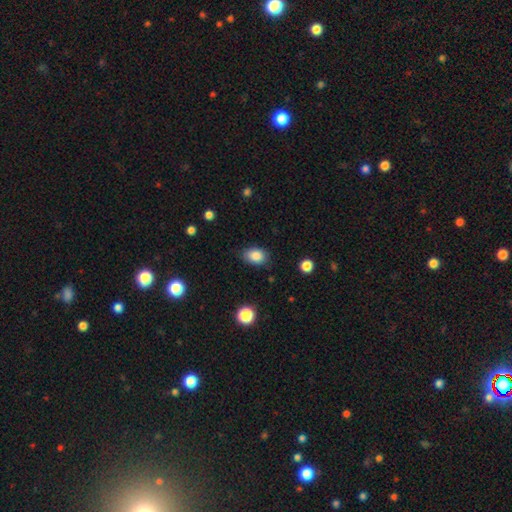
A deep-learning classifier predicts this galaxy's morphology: Smooth or featured: smooth — 86% (star or artifact — 9%)
How rounded: in between — 79% (round — 19%)
Merging: none — 79% (minor disturbance — 16%)